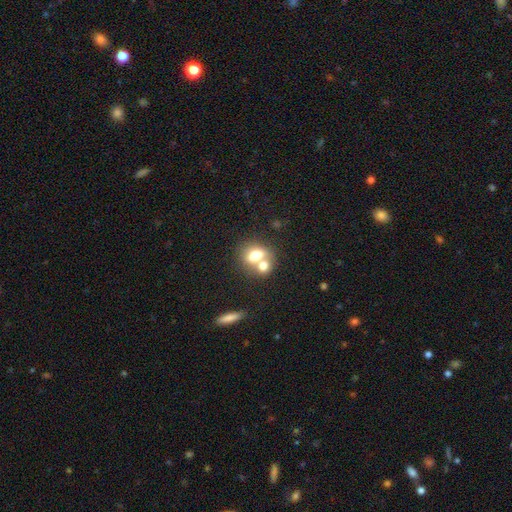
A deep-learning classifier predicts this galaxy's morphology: This appears to be a smooth galaxy with no disk features (71%) that is in between round and cigar-shaped (63%). Merging: merger (60%).